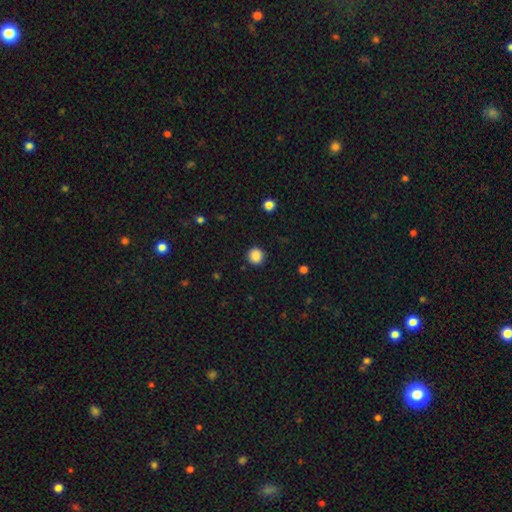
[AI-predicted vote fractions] smooth_or_featured: smooth (p=0.87) [alt: star or artifact p=0.10]
how_rounded: round (p=0.93) [alt: in between p=0.06]
merging: none (p=0.91) [alt: minor disturbance p=0.06]